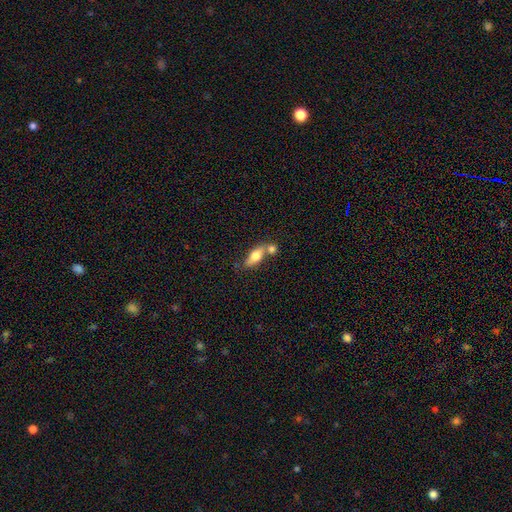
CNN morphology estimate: A smooth galaxy with no disk features (66%) that is in between round and cigar-shaped (73%).

Vote fractions:
- Smooth or featured? smooth: 66% / featured or disk: 27% / star or artifact: 8%
- How rounded? in between: 73% / cigar-shaped: 20% / round: 7%
- Merging? none: 45% / merger: 39% / minor disturbance: 12% / major disturbance: 4%